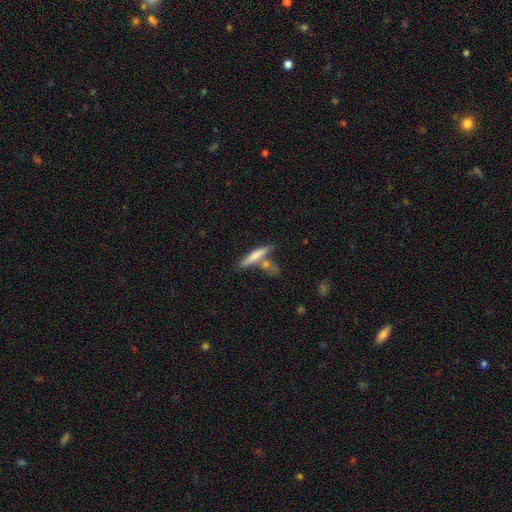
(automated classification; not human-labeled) This appears to be a smooth galaxy with no disk features (67%) that is cigar-shaped (87%). Merging: none (58%).